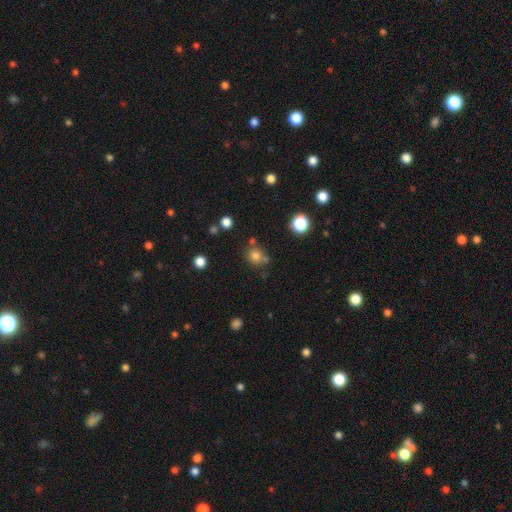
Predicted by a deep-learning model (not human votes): smooth-or-featured: smooth: 78% | star or artifact: 15% | featured or disk: 7%
  how-rounded: round: 84% | in between: 15% | cigar-shaped: 1%
  merging: none: 65% | merger: 16% | minor disturbance: 14% | major disturbance: 5%